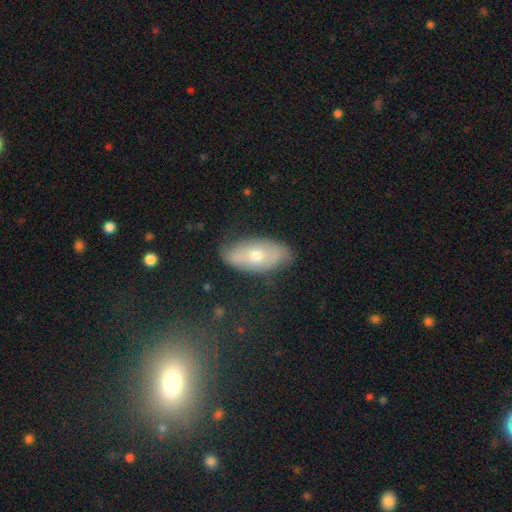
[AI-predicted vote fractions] This appears to be a smooth galaxy with no disk features (48%). Merging: none (69%).